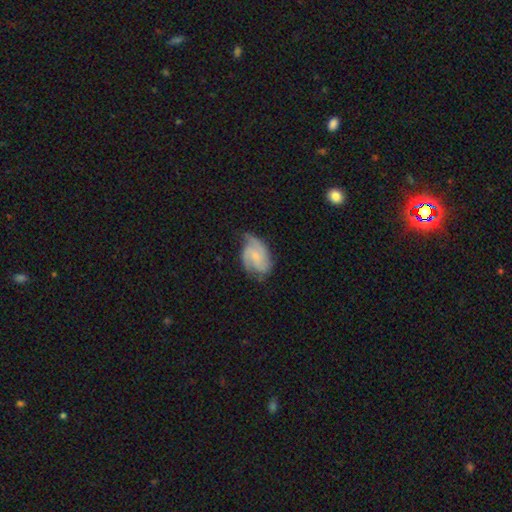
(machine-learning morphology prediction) Q: Smooth or featured?
A: featured or disk (75%); runner-up: smooth (19%)
Q: Edge-on disk?
A: no (97%); runner-up: yes (3%)
Q: Bar?
A: no (58%); runner-up: weak (35%)
Q: Spiral arms?
A: yes (95%); runner-up: no (5%)
Q: Spiral winding?
A: medium (47%); runner-up: tight (35%)
Q: Spiral arm count?
A: 2 (40%); runner-up: 3 (34%)
Q: Bulge size?
A: small (68%); runner-up: moderate (25%)
Q: Merging?
A: none (56%); runner-up: minor disturbance (30%)